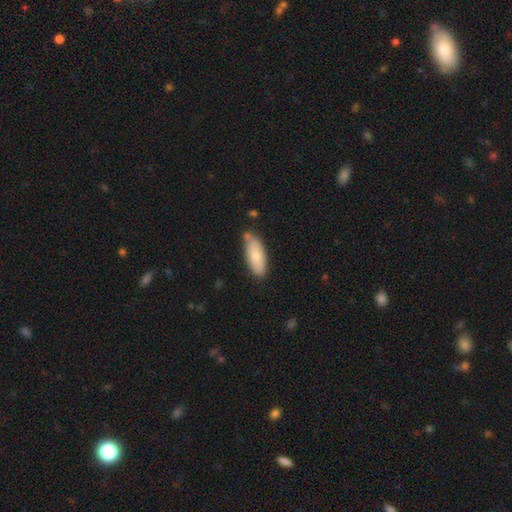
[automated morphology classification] This is likely a smooth galaxy (79%). How rounded: likely in between (76%). Merging: likely none (72%).